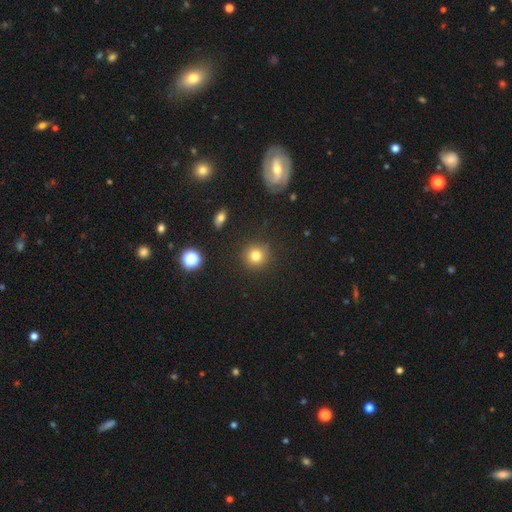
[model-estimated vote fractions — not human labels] A smooth galaxy with no disk features (80%) that is round (92%).

Vote fractions:
- Smooth or featured? smooth: 80% / star or artifact: 13% / featured or disk: 7%
- How rounded? round: 92% / in between: 7% / cigar-shaped: 1%
- Merging? none: 88% / minor disturbance: 7% / major disturbance: 3% / merger: 2%